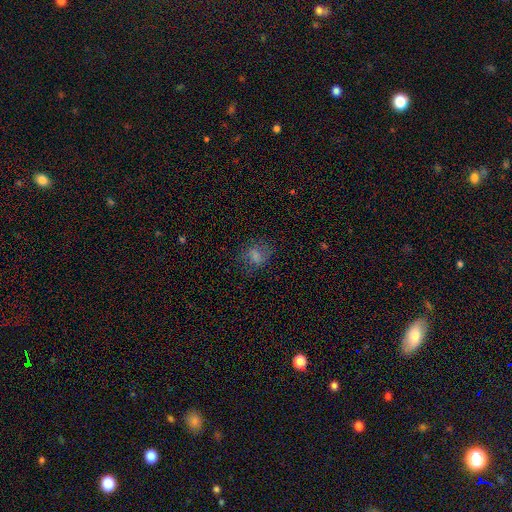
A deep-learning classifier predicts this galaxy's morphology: Smooth or featured?
  - smooth: 62% *
  - featured or disk: 22%
  - star or artifact: 16%
How rounded?
  - round: 50% *
  - in between: 48%
  - cigar-shaped: 2%
Merging?
  - none: 66% *
  - minor disturbance: 19%
  - major disturbance: 14%
  - merger: 1%